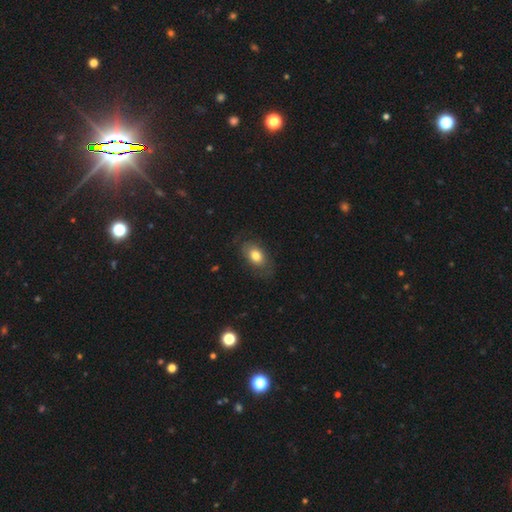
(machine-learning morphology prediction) Overall: smooth (73%). How rounded: in between (87%). Merging: none (73%).